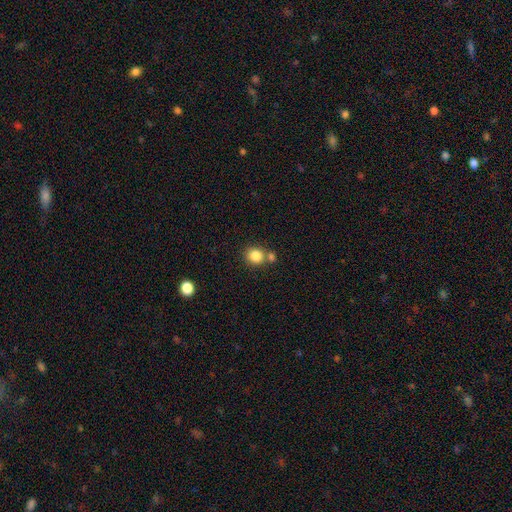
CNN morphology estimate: Smooth or featured?
  - smooth: 85% *
  - star or artifact: 10%
  - featured or disk: 5%
How rounded?
  - round: 83% *
  - in between: 16%
  - cigar-shaped: 1%
Merging?
  - none: 65% *
  - merger: 23%
  - minor disturbance: 9%
  - major disturbance: 3%